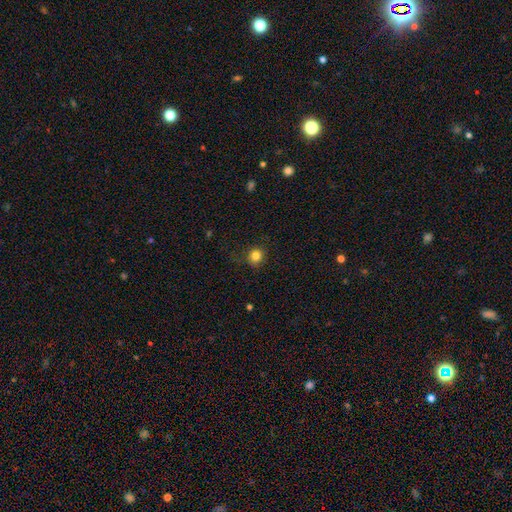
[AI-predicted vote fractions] This is clearly a smooth galaxy (82%). How rounded: clearly round (89%). Merging: clearly none (86%).